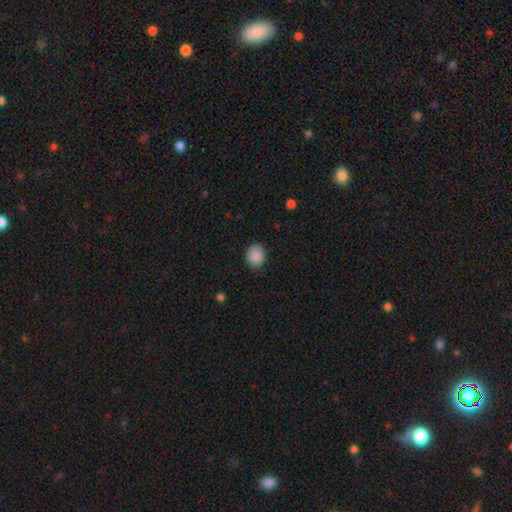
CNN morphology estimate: Smooth or featured?
  - smooth: 89% *
  - star or artifact: 8%
  - featured or disk: 3%
How rounded?
  - round: 53% *
  - in between: 46%
  - cigar-shaped: 1%
Merging?
  - none: 85% *
  - minor disturbance: 11%
  - major disturbance: 3%
  - merger: 1%